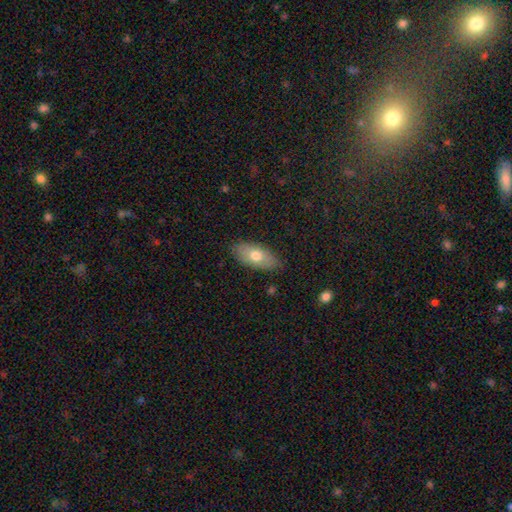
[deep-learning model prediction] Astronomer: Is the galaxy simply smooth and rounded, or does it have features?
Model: smooth — 70%.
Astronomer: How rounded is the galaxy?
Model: in between — 88%.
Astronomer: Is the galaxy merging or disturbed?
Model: none — 84%.